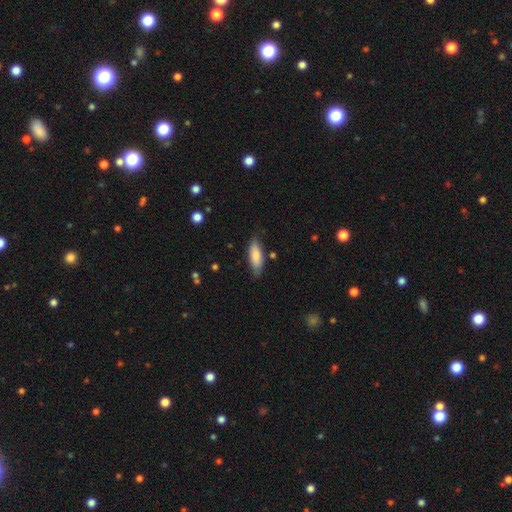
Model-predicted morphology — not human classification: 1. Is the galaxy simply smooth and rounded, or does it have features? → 81% smooth, 13% featured or disk, 6% star or artifact.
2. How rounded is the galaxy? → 62% in between, 37% cigar-shaped, 2% round.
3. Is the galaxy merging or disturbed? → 78% none, 17% minor disturbance, 3% major disturbance, 2% merger.